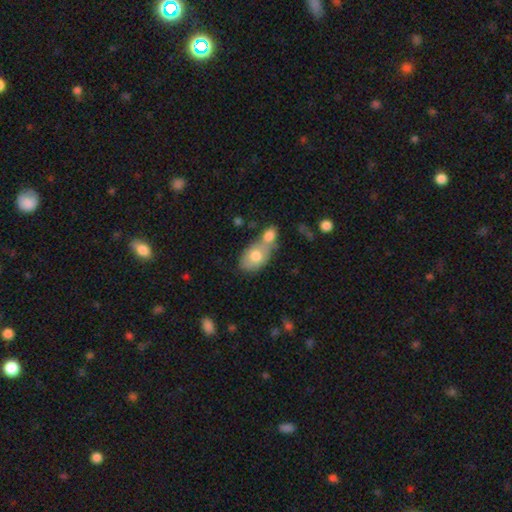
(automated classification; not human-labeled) smooth 73%, featured or disk 20%, star or artifact 7%. Down the decision tree: how rounded — in between (83%); merging — merger (56%).